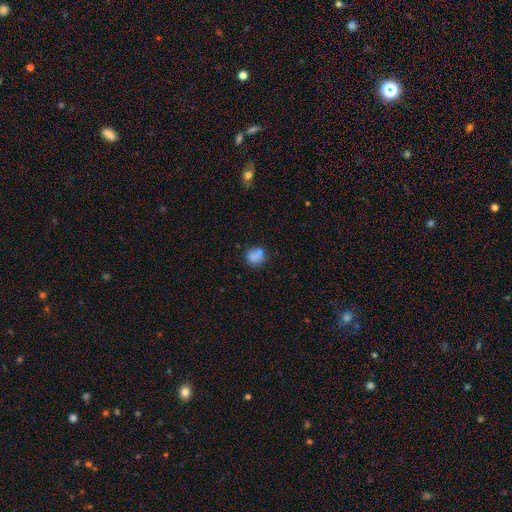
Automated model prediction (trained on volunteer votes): Smooth or featured: smooth — 78% (featured or disk — 12%)
How rounded: round — 73% (in between — 26%)
Merging: none — 57% (merger — 21%)